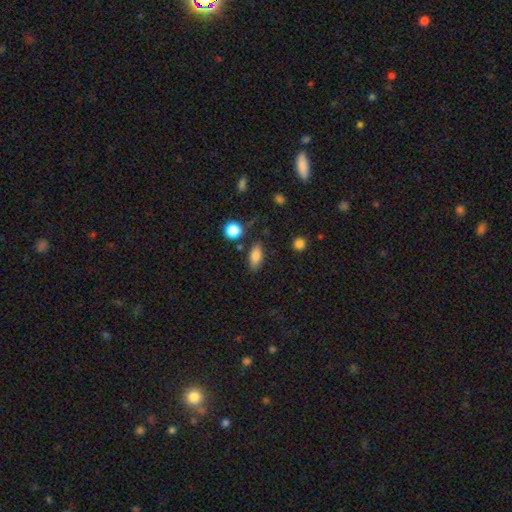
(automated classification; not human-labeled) This is clearly a smooth galaxy (81%). How rounded: clearly in between (82%). Merging: likely none (80%).